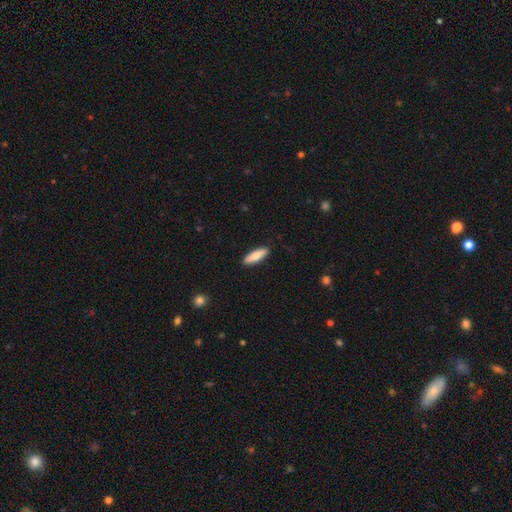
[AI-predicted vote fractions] This appears to be a smooth galaxy with no disk features (79%) that is cigar-shaped (58%). Merging: none (90%).